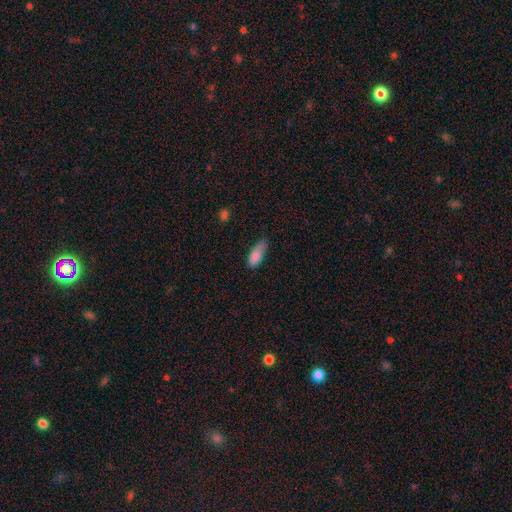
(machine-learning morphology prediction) The model was most divided on "merging": none: 46%, minor disturbance: 40%, major disturbance: 12%, merger: 3%. More confident: smooth or featured — smooth (84%); how rounded — in between (79%).